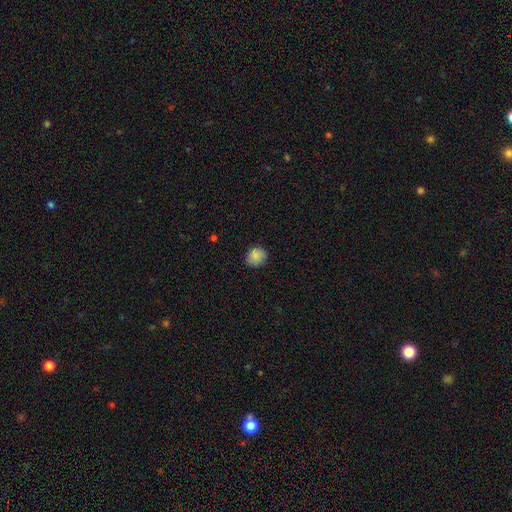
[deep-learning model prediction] A smooth galaxy with no disk features (86%) that is round (81%). Merging: none (87%).